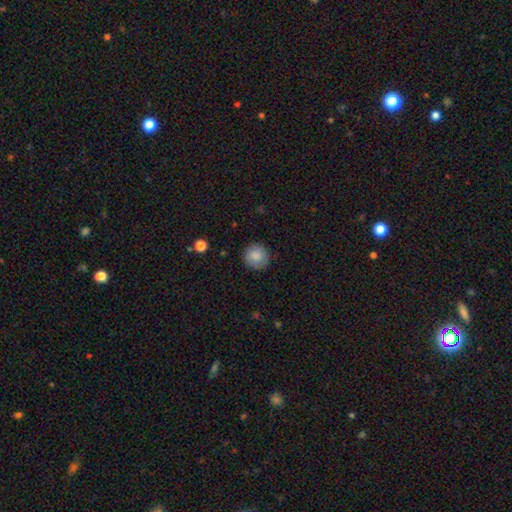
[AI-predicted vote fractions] This is clearly a smooth galaxy (84%). How rounded: clearly round (93%). Merging: clearly none (87%).